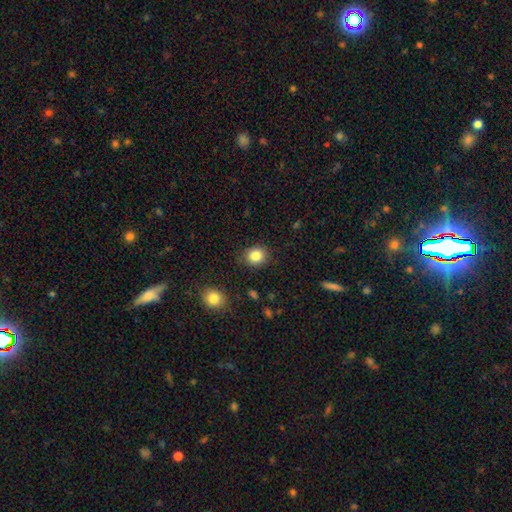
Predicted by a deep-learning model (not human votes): Q: Smooth or featured?
A: smooth (85%); runner-up: star or artifact (10%)
Q: How rounded?
A: round (74%); runner-up: in between (26%)
Q: Merging?
A: none (84%); runner-up: minor disturbance (11%)